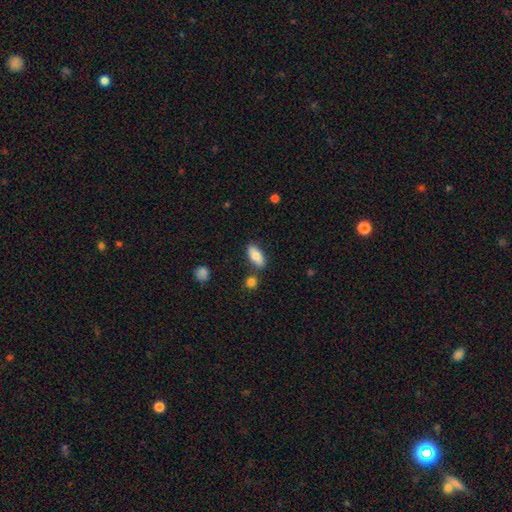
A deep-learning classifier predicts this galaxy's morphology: type=smooth (77%); roundness=in between (82%); merging=none (77%).